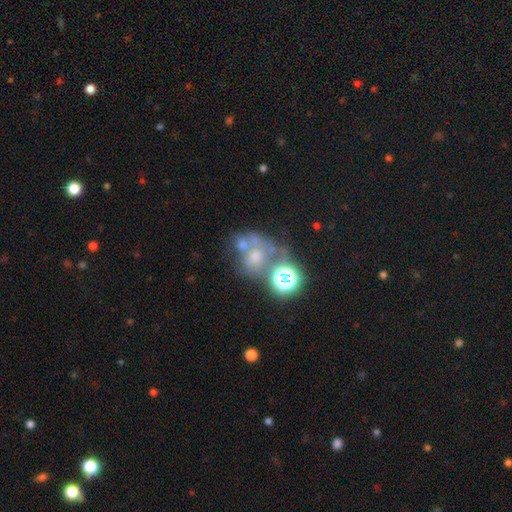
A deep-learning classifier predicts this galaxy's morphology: smooth_or_featured: smooth (p=0.41) [alt: featured or disk p=0.32]
merging: merger (p=0.35) [alt: none p=0.33]